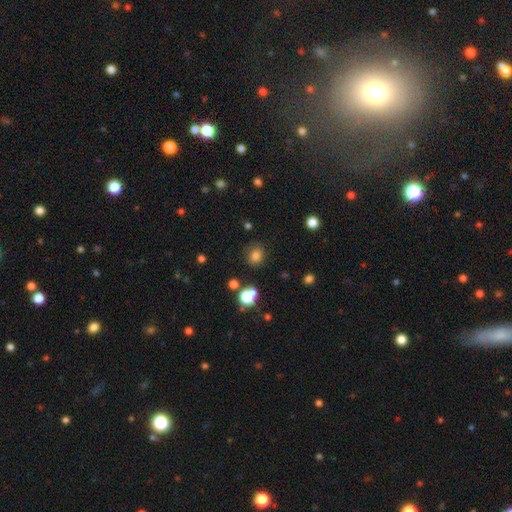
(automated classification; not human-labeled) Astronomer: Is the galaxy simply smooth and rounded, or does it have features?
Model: smooth — 79%.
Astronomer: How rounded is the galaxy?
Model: round — 70%.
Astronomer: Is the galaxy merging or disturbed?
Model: none — 81%.